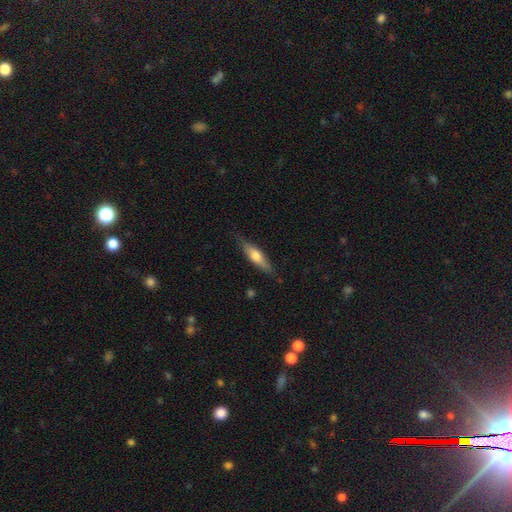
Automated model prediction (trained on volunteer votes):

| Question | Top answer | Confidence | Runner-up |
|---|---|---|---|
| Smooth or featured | smooth | 56% | featured or disk (38%) |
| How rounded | cigar-shaped | 65% | in between (33%) |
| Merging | none | 78% | minor disturbance (17%) |